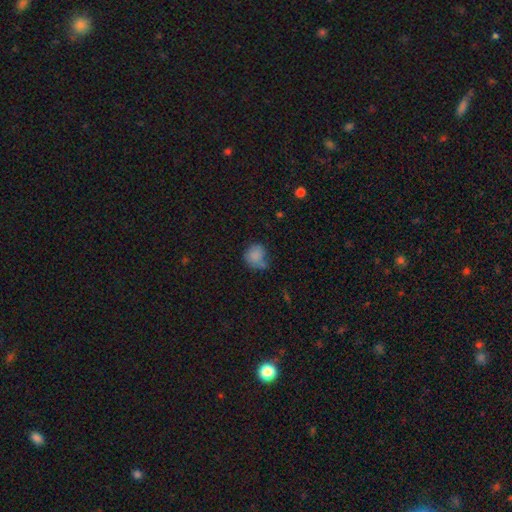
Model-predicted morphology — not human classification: Smooth or featured: smooth — 81% (star or artifact — 10%)
How rounded: round — 76% (in between — 23%)
Merging: none — 50% (minor disturbance — 25%)